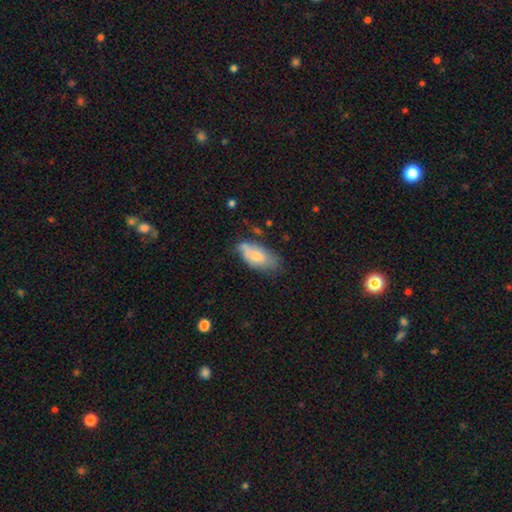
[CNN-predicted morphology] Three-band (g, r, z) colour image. It shows a smooth galaxy with no disk features (64%) that is in between round and cigar-shaped (91%). Merging: none (52%).